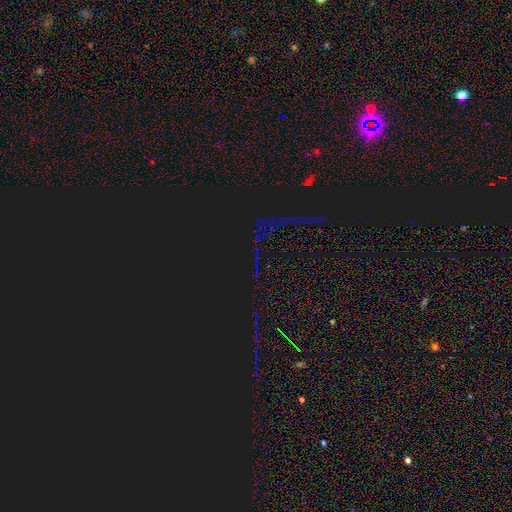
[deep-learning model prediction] Smooth or featured? star or artifact (85%)